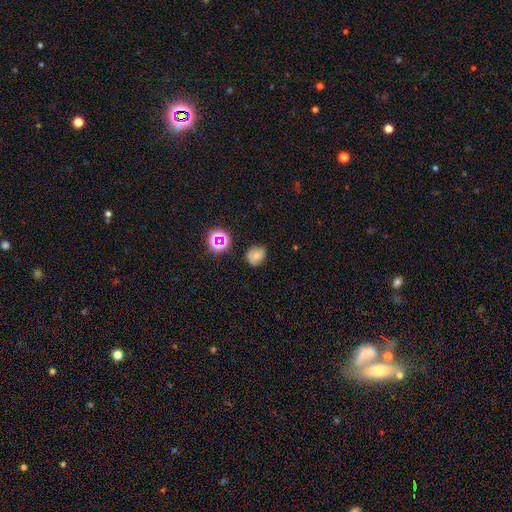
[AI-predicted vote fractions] smooth 72%, star or artifact 18%, featured or disk 11%. Down the decision tree: how rounded — round (56%); merging — none (71%).